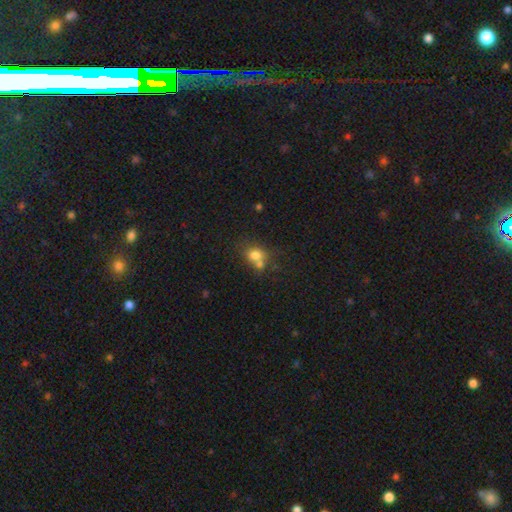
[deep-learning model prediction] A smooth galaxy with no disk features (74%) that is round (56%).

Vote fractions:
- Smooth or featured? smooth: 74% / star or artifact: 13% / featured or disk: 13%
- How rounded? round: 56% / in between: 42% / cigar-shaped: 1%
- Merging? merger: 45% / none: 37% / minor disturbance: 12% / major disturbance: 6%